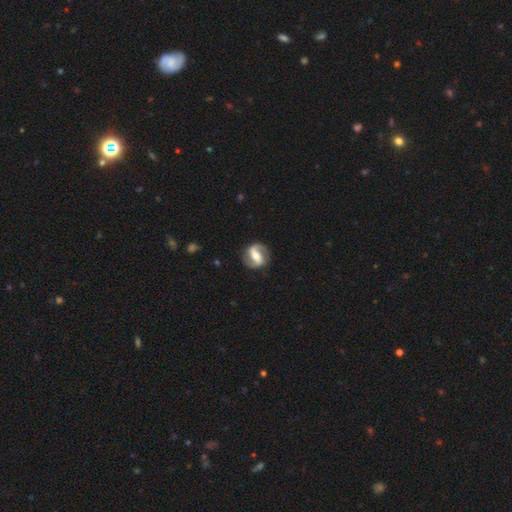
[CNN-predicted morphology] smooth_or_featured: featured or disk (p=0.80) [alt: smooth p=0.15]
disk_edge_on: no (p=0.96) [alt: yes p=0.04]
bar: strong (p=0.54) [alt: weak p=0.31]
has_spiral_arms: yes (p=0.89) [alt: no p=0.11]
spiral_winding: medium (p=0.42) [alt: loose p=0.38]
spiral_arm_count: 2 (p=0.91) [alt: can't tell p=0.03]
bulge_size: moderate (p=0.60) [alt: small p=0.24]
merging: none (p=0.84) [alt: minor disturbance p=0.10]